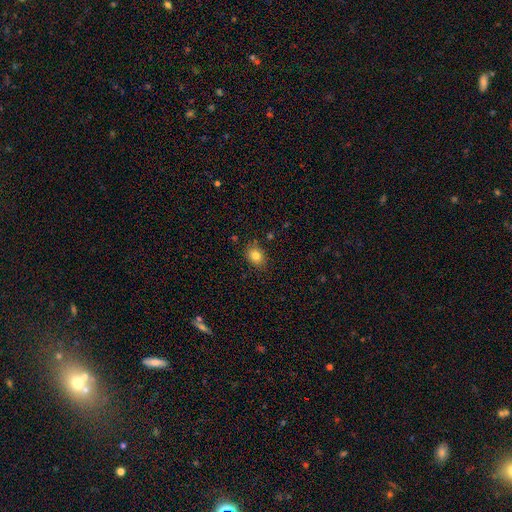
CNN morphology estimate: Smooth or featured: smooth — 82% (star or artifact — 10%)
How rounded: in between — 56% (round — 43%)
Merging: none — 82% (minor disturbance — 13%)